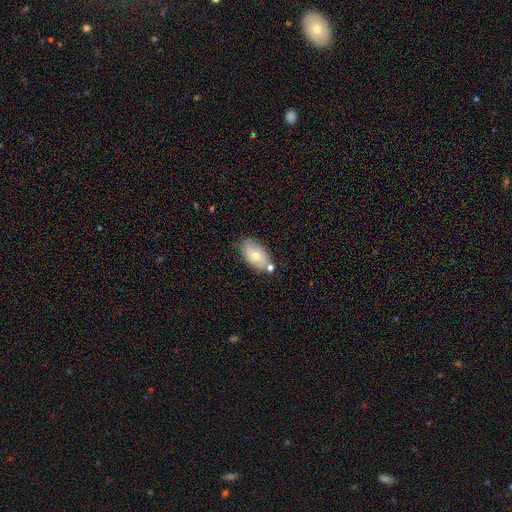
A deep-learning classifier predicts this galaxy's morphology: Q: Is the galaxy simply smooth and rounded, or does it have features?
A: smooth — 66%.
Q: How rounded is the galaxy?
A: in between — 92%.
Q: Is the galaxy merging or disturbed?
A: none — 65%.